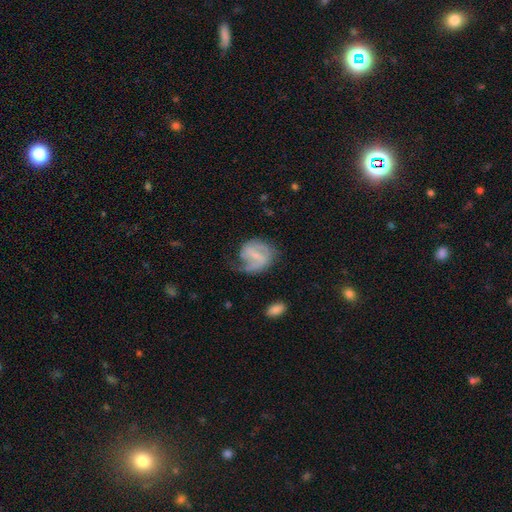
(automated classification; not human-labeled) smooth_or_featured: featured or disk (p=0.74) [alt: smooth p=0.20]
disk_edge_on: no (p=0.98) [alt: yes p=0.02]
bar: weak (p=0.50) [alt: strong p=0.30]
has_spiral_arms: yes (p=0.89) [alt: no p=0.11]
spiral_winding: medium (p=0.45) [alt: loose p=0.33]
spiral_arm_count: 2 (p=0.68) [alt: 1 p=0.19]
bulge_size: small (p=0.51) [alt: none p=0.27]
merging: none (p=0.53) [alt: minor disturbance p=0.25]